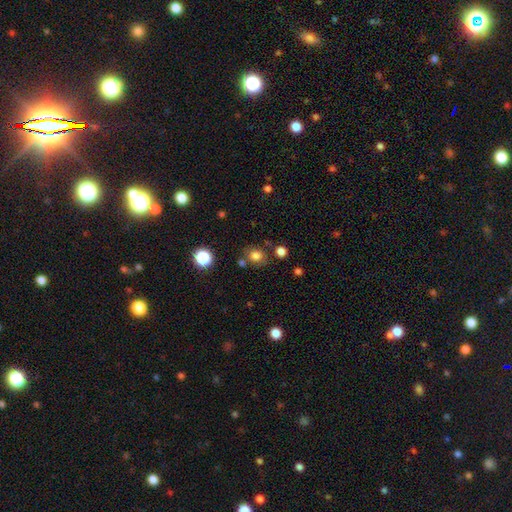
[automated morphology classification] Q: Smooth or featured?
A: smooth (79%); runner-up: star or artifact (14%)
Q: How rounded?
A: round (75%); runner-up: in between (24%)
Q: Merging?
A: none (74%); runner-up: minor disturbance (12%)